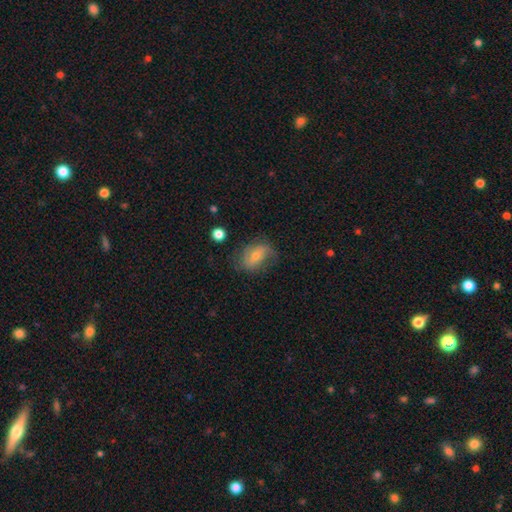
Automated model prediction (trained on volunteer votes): Q: Smooth or featured?
A: smooth (46%); runner-up: featured or disk (45%)
Q: Merging?
A: none (62%); runner-up: minor disturbance (25%)